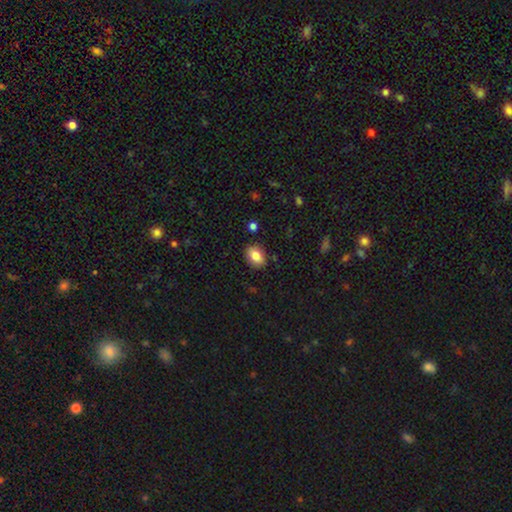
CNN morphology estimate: This appears to be a smooth galaxy with no disk features (83%) that is in between round and cigar-shaped (76%). Merging: none (86%).